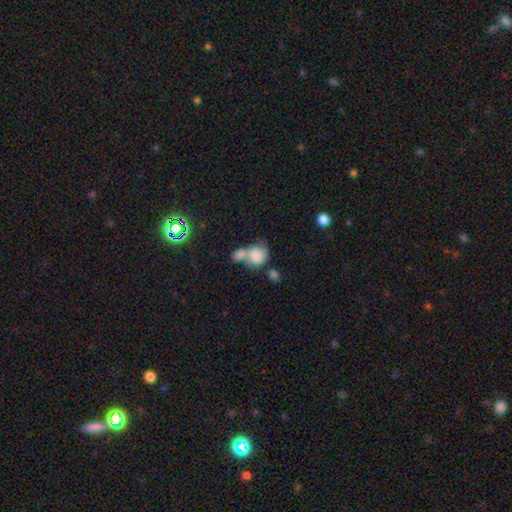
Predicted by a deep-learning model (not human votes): smooth-or-featured: smooth: 77% | featured or disk: 14% | star or artifact: 9%
  how-rounded: round: 61% | in between: 37% | cigar-shaped: 1%
  merging: merger: 67% | none: 19% | minor disturbance: 9% | major disturbance: 5%